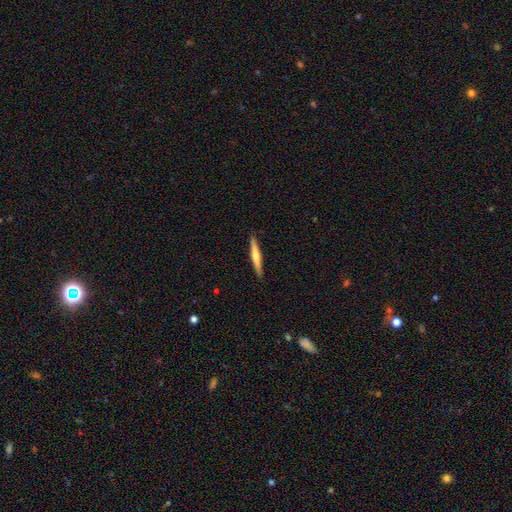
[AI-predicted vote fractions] Morphology: type=featured or disk (51%); edge-on=yes (97%); merging=none (91%).